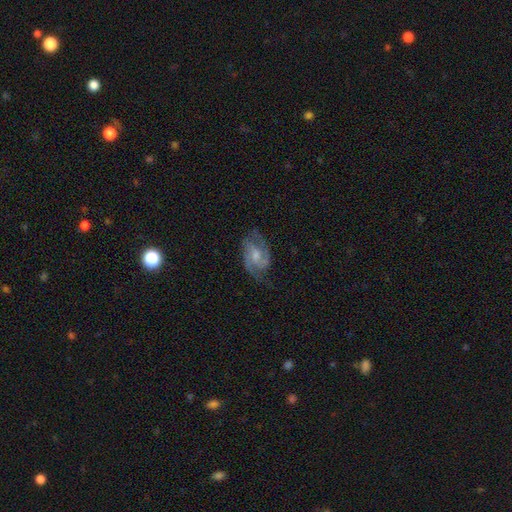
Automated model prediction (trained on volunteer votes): Morphology: type=featured or disk (80%); edge-on=no (97%); bar=no (46%); spiral arms=yes (94%); winding=medium (51%); arm count=2 (70%); bulge=moderate (45%); merging=none (65%).